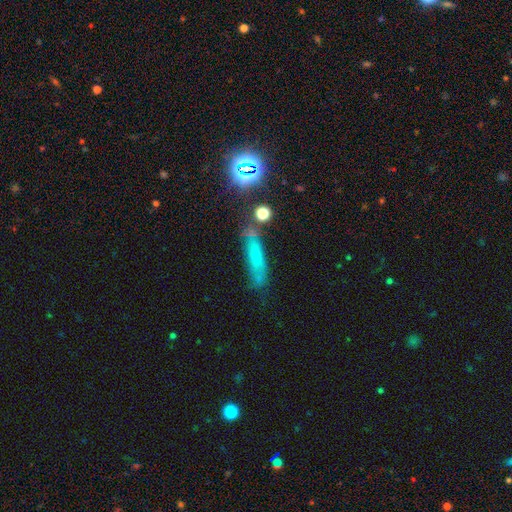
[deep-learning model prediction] Smooth or featured? Predicted: smooth (p=0.54). How rounded? Predicted: cigar-shaped (p=0.70). Merging? Predicted: none (p=0.59).